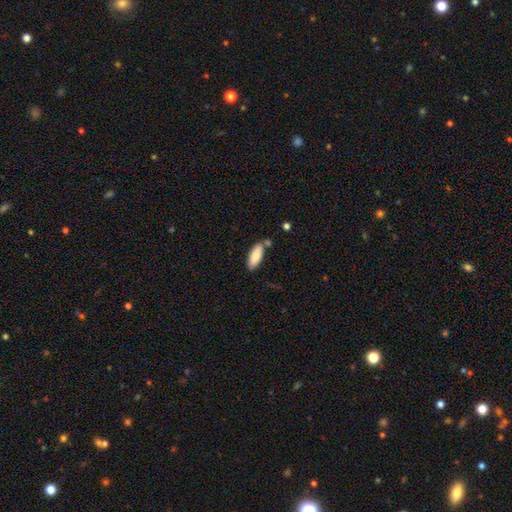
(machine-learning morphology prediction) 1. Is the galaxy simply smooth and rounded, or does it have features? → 84% smooth, 10% featured or disk, 6% star or artifact.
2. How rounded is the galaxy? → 76% in between, 22% cigar-shaped, 2% round.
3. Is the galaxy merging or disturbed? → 74% none, 15% minor disturbance, 8% merger, 3% major disturbance.